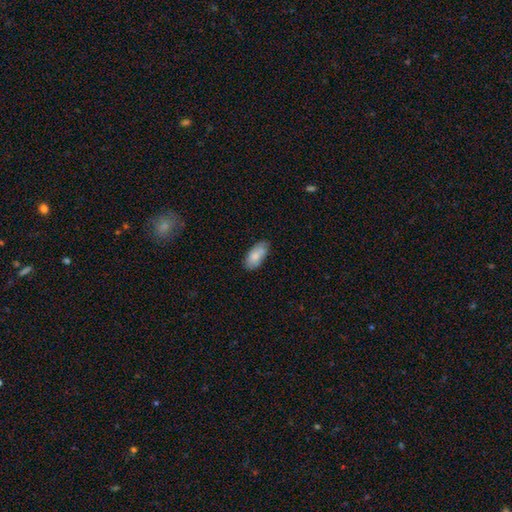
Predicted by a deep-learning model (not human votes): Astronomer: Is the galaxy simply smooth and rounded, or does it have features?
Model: smooth — 82%.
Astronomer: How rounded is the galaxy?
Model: in between — 92%.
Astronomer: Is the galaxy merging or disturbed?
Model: none — 76%.